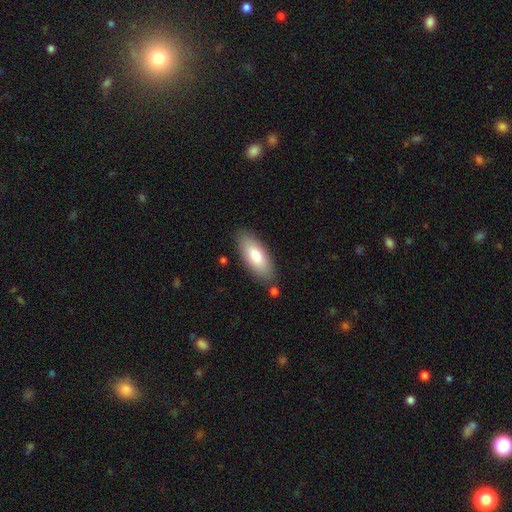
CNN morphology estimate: A smooth galaxy with no disk features (80%) that is in between round and cigar-shaped (76%).

Vote fractions:
- Smooth or featured? smooth: 80% / featured or disk: 15% / star or artifact: 6%
- How rounded? in between: 76% / cigar-shaped: 22% / round: 2%
- Merging? none: 83% / minor disturbance: 11% / merger: 3% / major disturbance: 3%